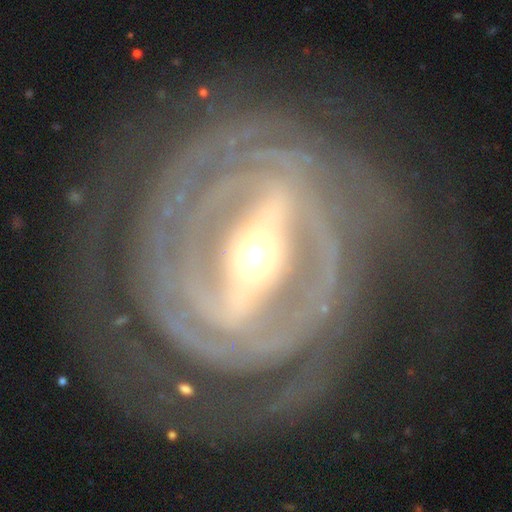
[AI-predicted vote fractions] The model was most divided on "spiral arm count": 2: 31%, can't tell: 27%, 3: 16%, 4: 13%, more than 4: 7%, 1: 6%. More confident: edge-on disk — no (94%); spiral arms — yes (93%); smooth or featured — featured or disk (91%); bar — strong (79%); spiral winding — tight (77%); merging — none (74%); bulge size — small (54%).